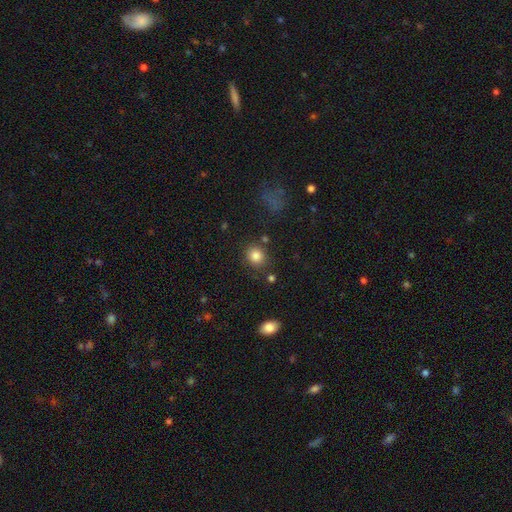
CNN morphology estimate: smooth_or_featured: smooth (p=0.83) [alt: star or artifact p=0.11]
how_rounded: round (p=0.76) [alt: in between p=0.23]
merging: none (p=0.80) [alt: minor disturbance p=0.11]